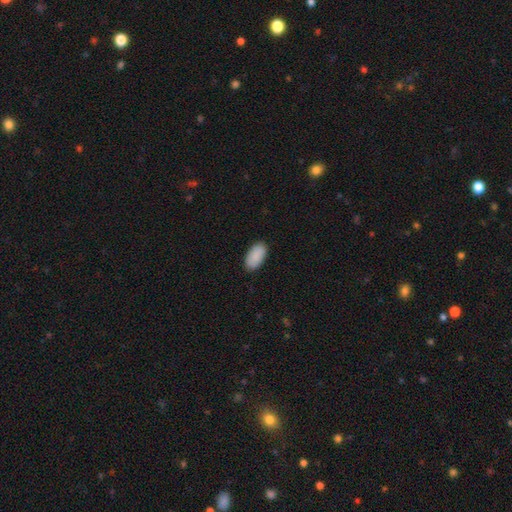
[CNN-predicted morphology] The model was most divided on "merging": none: 88%, minor disturbance: 9%, major disturbance: 2%, merger: 1%. More confident: how rounded — in between (95%); smooth or featured — smooth (91%).